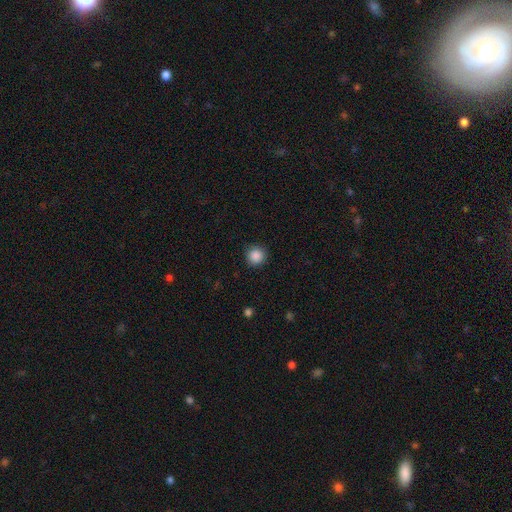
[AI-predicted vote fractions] Smooth or featured? Predicted: smooth (p=0.87). How rounded? Predicted: round (p=0.94). Merging? Predicted: none (p=0.90).